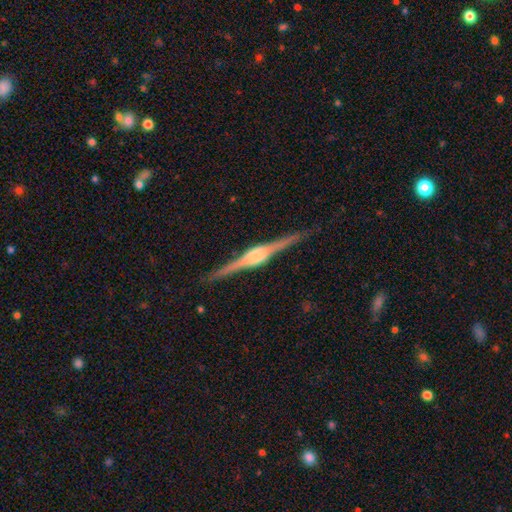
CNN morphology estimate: Q: Smooth or featured?
A: featured or disk (87%); runner-up: smooth (8%)
Q: Edge-on disk?
A: yes (98%); runner-up: no (2%)
Q: Edge-on bulge?
A: rounded (72%); runner-up: boxy (25%)
Q: Merging?
A: none (88%); runner-up: minor disturbance (9%)